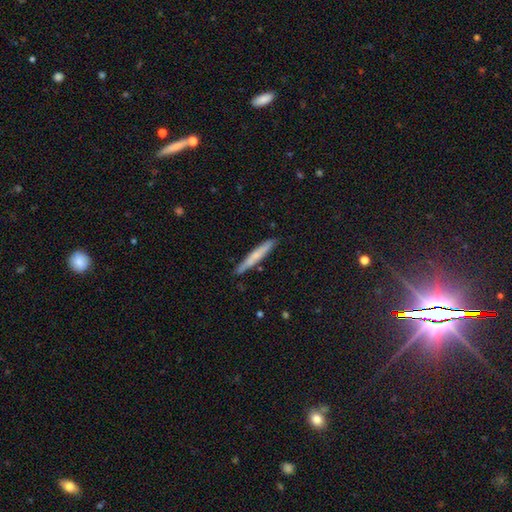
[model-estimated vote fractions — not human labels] Smooth or featured?
  - smooth: 63% *
  - featured or disk: 31%
  - star or artifact: 6%
How rounded?
  - cigar-shaped: 96% *
  - in between: 3%
  - round: 1%
Merging?
  - none: 88% *
  - minor disturbance: 9%
  - major disturbance: 2%
  - merger: 2%